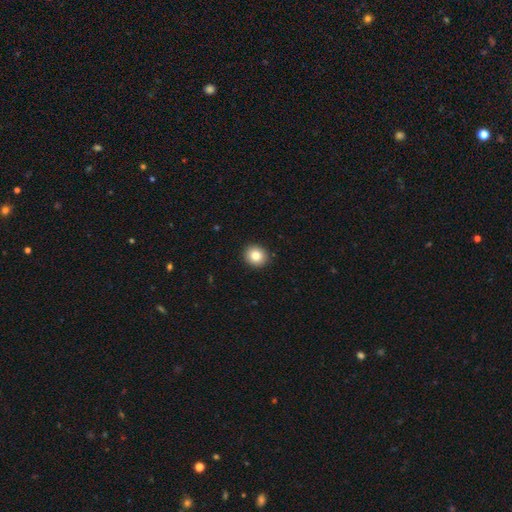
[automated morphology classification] This is clearly a smooth galaxy (83%). How rounded: clearly round (83%). Merging: clearly none (92%).